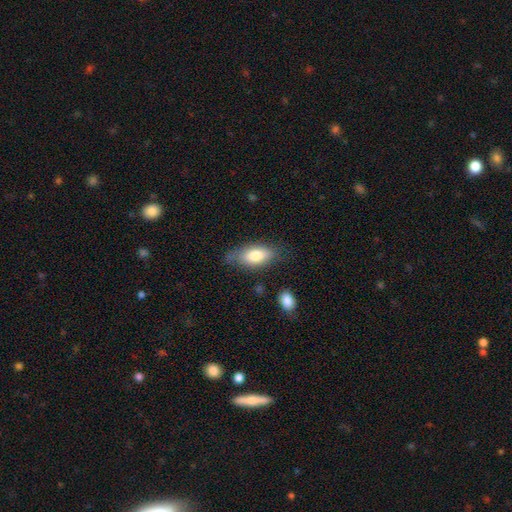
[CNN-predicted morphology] Smooth or featured: smooth — 75% (featured or disk — 18%)
How rounded: in between — 86% (cigar-shaped — 11%)
Merging: none — 66% (minor disturbance — 24%)